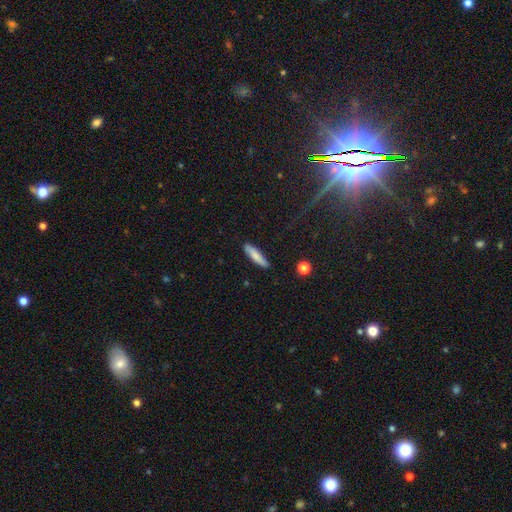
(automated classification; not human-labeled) A smooth galaxy with no disk features (78%) that is cigar-shaped (83%). Merging: none (83%).